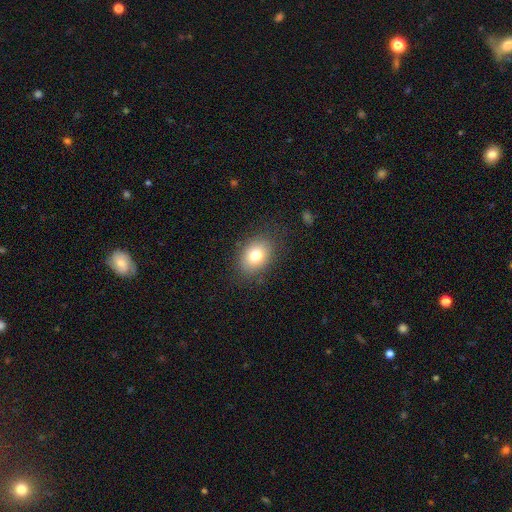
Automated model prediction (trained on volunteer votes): Smooth or featured?
  - smooth: 79% *
  - featured or disk: 12%
  - star or artifact: 10%
How rounded?
  - in between: 69% *
  - round: 30%
  - cigar-shaped: 1%
Merging?
  - none: 83% *
  - minor disturbance: 12%
  - major disturbance: 4%
  - merger: 1%